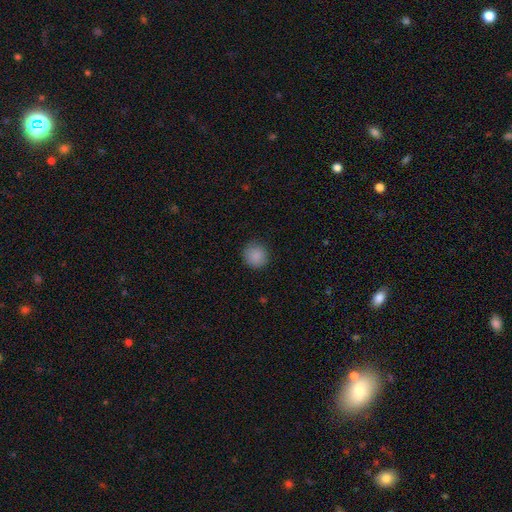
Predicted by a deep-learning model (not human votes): Smooth or featured?
  - smooth: 88% *
  - star or artifact: 8%
  - featured or disk: 4%
How rounded?
  - round: 93% *
  - in between: 6%
  - cigar-shaped: 1%
Merging?
  - none: 88% *
  - minor disturbance: 9%
  - major disturbance: 2%
  - merger: 1%